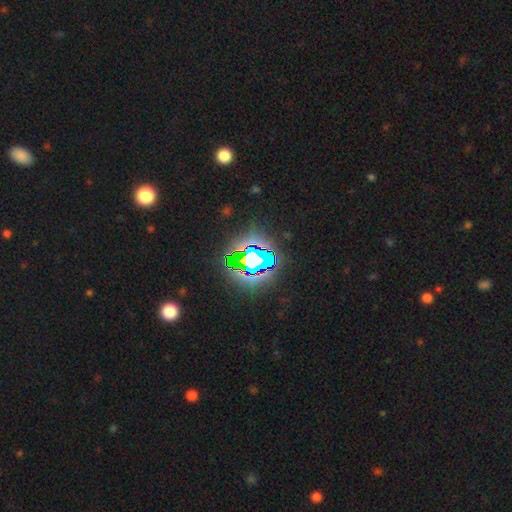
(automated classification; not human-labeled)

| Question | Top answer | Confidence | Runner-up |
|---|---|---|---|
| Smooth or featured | star or artifact | 74% | smooth (14%) |